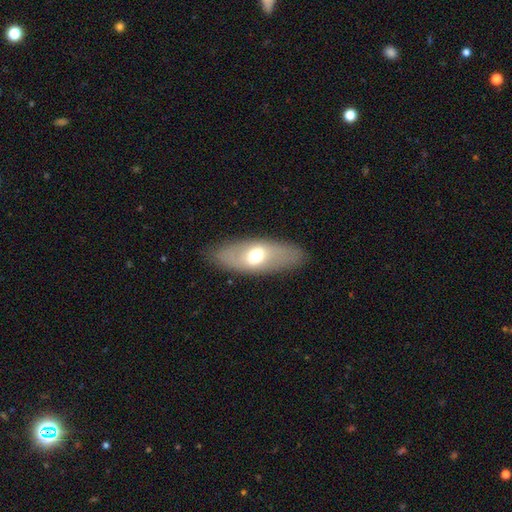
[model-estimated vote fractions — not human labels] Q: Smooth or featured?
A: smooth (51%); runner-up: featured or disk (42%)
Q: How rounded?
A: in between (82%); runner-up: cigar-shaped (14%)
Q: Merging?
A: none (84%); runner-up: minor disturbance (10%)